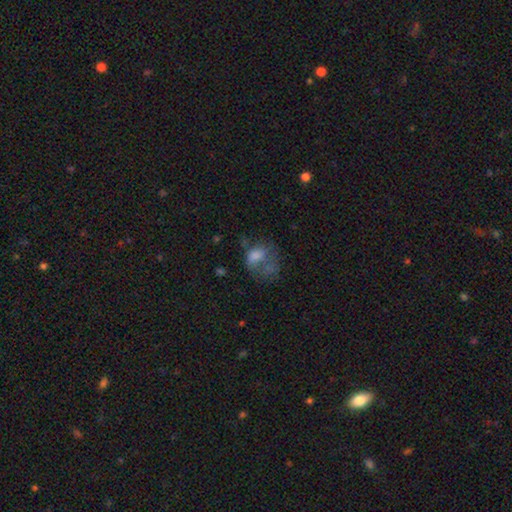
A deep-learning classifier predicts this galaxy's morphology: Smooth or featured?
  - smooth: 60% *
  - featured or disk: 26%
  - star or artifact: 14%
How rounded?
  - in between: 68% *
  - round: 31%
  - cigar-shaped: 2%
Merging?
  - major disturbance: 42% *
  - none: 24%
  - minor disturbance: 18%
  - merger: 17%